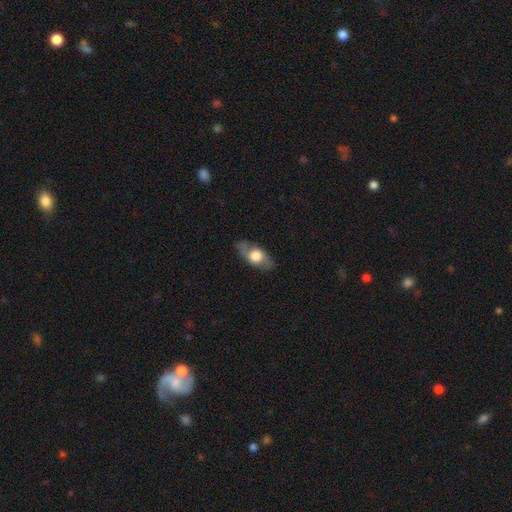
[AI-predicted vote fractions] Q: Smooth or featured?
A: smooth (48%); runner-up: featured or disk (46%)
Q: Merging?
A: none (79%); runner-up: minor disturbance (15%)